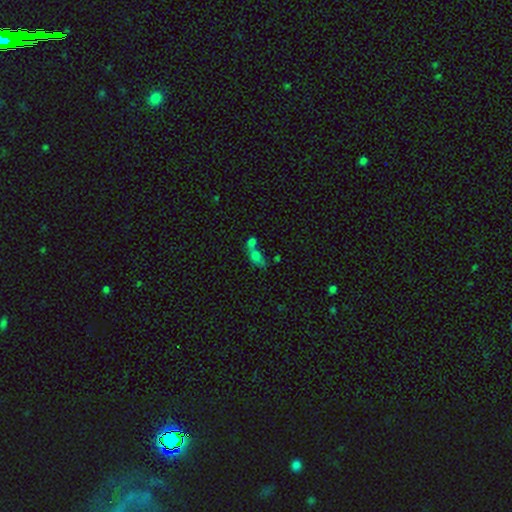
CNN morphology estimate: The model was most divided on "merging": merger: 64%, none: 20%, minor disturbance: 8%, major disturbance: 7%. More confident: how rounded — in between (71%); smooth or featured — smooth (70%).